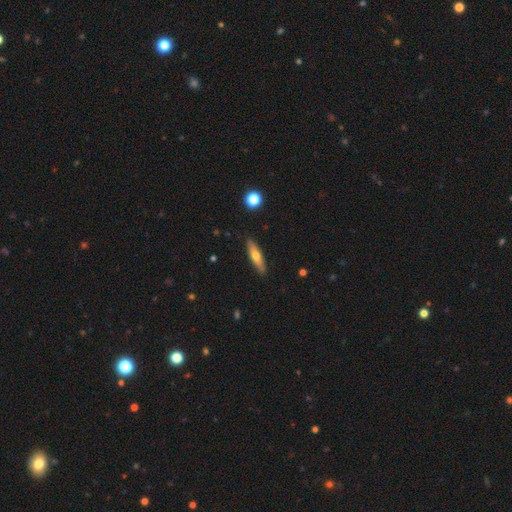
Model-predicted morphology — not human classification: Smooth or featured? Predicted: smooth (p=0.54). How rounded? Predicted: cigar-shaped (p=0.72). Merging? Predicted: none (p=0.88).